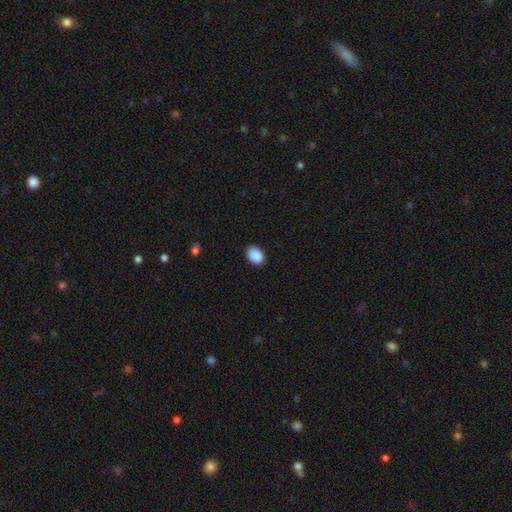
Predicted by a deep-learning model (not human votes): Smooth or featured?
  - smooth: 89% *
  - star or artifact: 8%
  - featured or disk: 3%
How rounded?
  - in between: 74% *
  - round: 25%
  - cigar-shaped: 1%
Merging?
  - none: 85% *
  - minor disturbance: 12%
  - major disturbance: 2%
  - merger: 1%